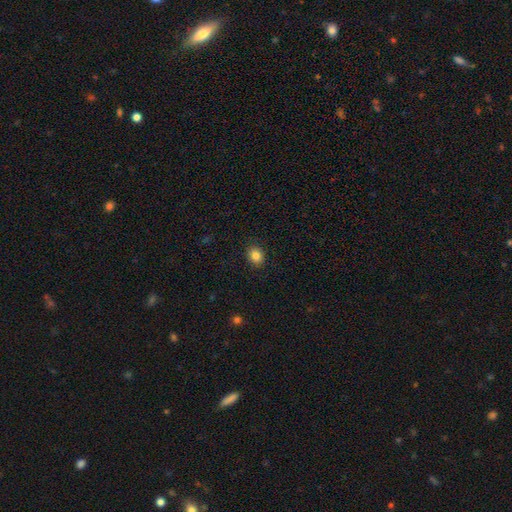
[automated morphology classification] This is clearly a smooth galaxy (84%). How rounded: possibly round (57%). Merging: clearly none (90%).